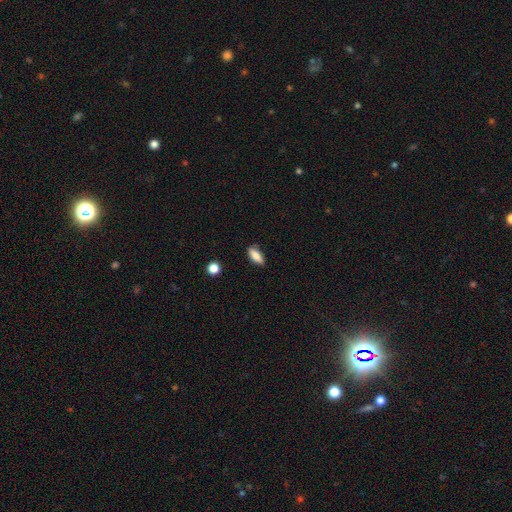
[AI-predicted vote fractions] Smooth or featured?
  - smooth: 82% *
  - featured or disk: 11%
  - star or artifact: 7%
How rounded?
  - in between: 72% *
  - cigar-shaped: 25%
  - round: 3%
Merging?
  - none: 84% *
  - minor disturbance: 13%
  - major disturbance: 2%
  - merger: 2%